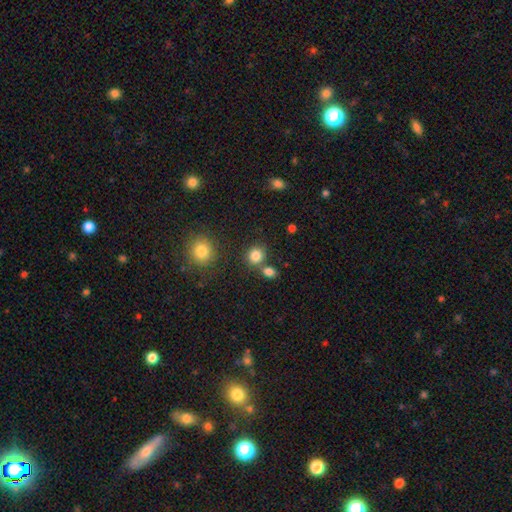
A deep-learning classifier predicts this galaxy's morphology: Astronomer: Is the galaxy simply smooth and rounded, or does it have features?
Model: smooth — 83%.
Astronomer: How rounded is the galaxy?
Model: round — 81%.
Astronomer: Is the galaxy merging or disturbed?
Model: none — 68%.